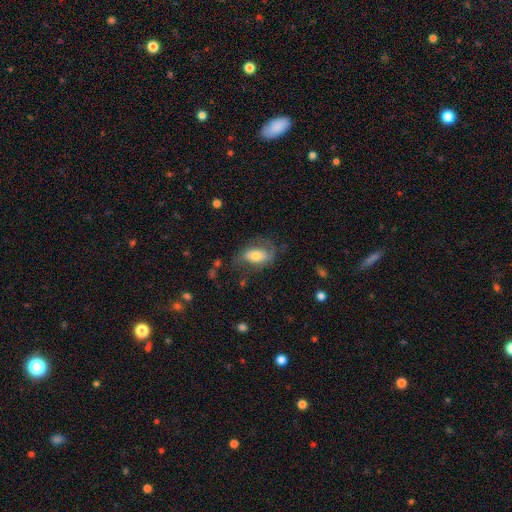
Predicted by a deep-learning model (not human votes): Smooth or featured? featured or disk (47%)
Merging? none (52%)